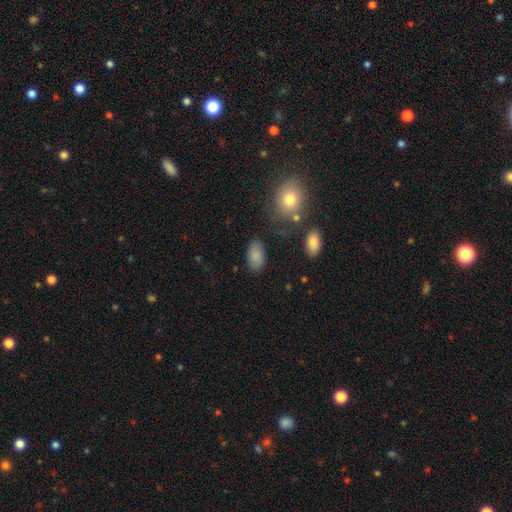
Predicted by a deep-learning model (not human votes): Smooth or featured: smooth — 85% (star or artifact — 8%)
How rounded: in between — 93% (round — 5%)
Merging: none — 81% (minor disturbance — 13%)